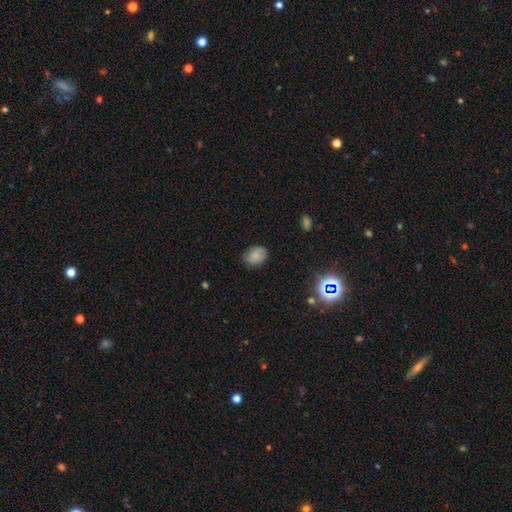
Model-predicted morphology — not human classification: Smooth or featured? Predicted: smooth (p=0.78). How rounded? Predicted: in between (p=0.55). Merging? Predicted: none (p=0.76).